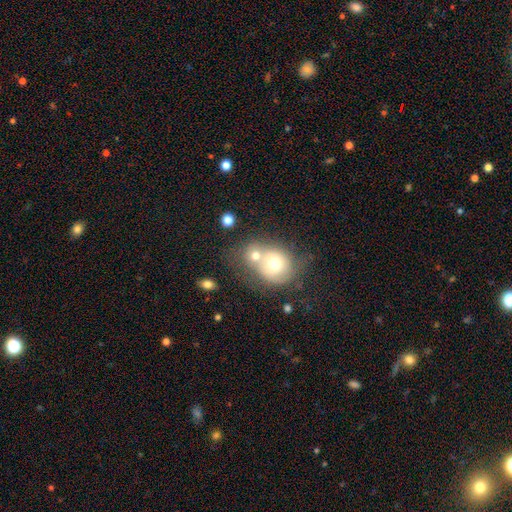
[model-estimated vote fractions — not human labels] A smooth galaxy with no disk features (67%) that is round (74%). Merging: merger (57%).